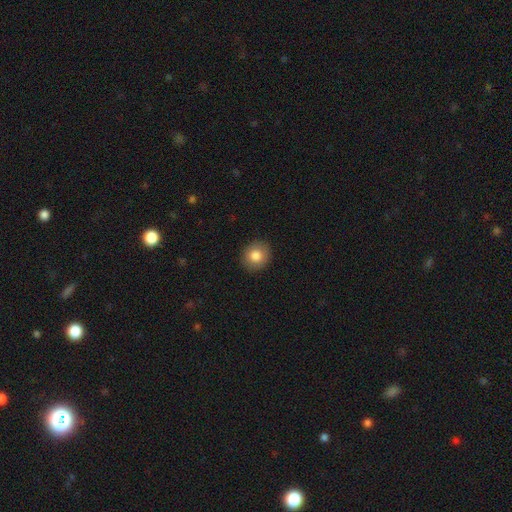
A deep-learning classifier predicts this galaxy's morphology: smooth 82%, featured or disk 9%, star or artifact 8%. Down the decision tree: how rounded — round (81%); merging — none (90%).